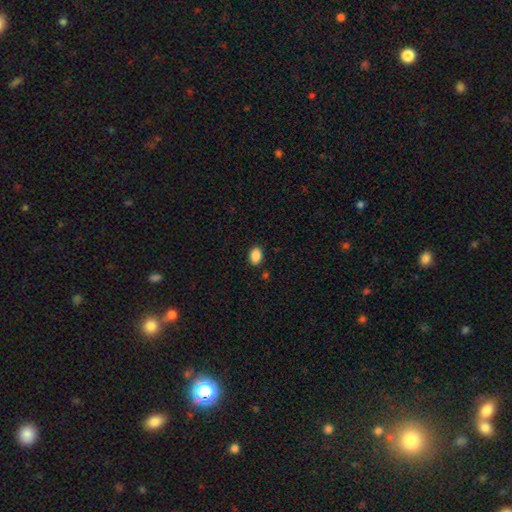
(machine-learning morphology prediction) smooth-or-featured: smooth: 89% | star or artifact: 8% | featured or disk: 3%
  how-rounded: in between: 80% | round: 18% | cigar-shaped: 1%
  merging: none: 88% | minor disturbance: 8% | major disturbance: 2% | merger: 1%